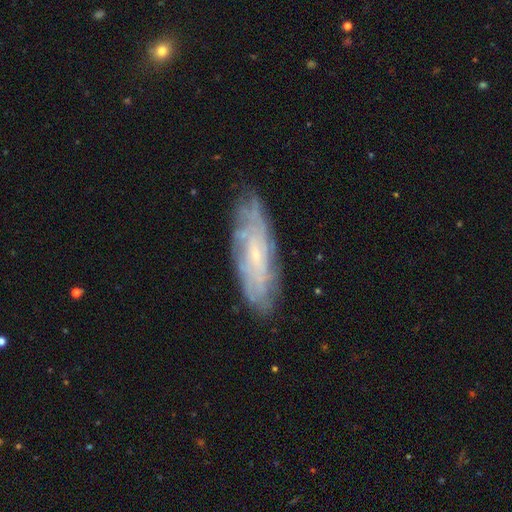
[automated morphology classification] smooth_or_featured: featured or disk (p=0.72) [alt: smooth p=0.20]
disk_edge_on: no (p=0.79) [alt: yes p=0.21]
bar: no (p=0.69) [alt: weak p=0.26]
has_spiral_arms: yes (p=0.86) [alt: no p=0.14]
bulge_size: small (p=0.79) [alt: moderate p=0.14]
merging: none (p=0.80) [alt: minor disturbance p=0.15]